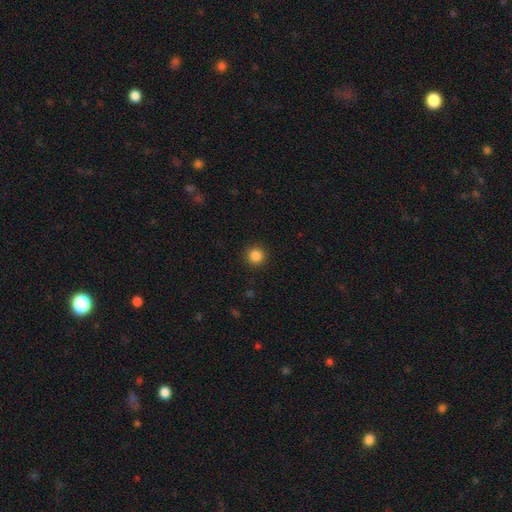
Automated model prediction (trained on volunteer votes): A smooth galaxy with no disk features (86%) that is round (95%).

Vote fractions:
- Smooth or featured? smooth: 86% / star or artifact: 11% / featured or disk: 3%
- How rounded? round: 95% / in between: 4% / cigar-shaped: 1%
- Merging? none: 92% / minor disturbance: 5% / major disturbance: 2% / merger: 1%